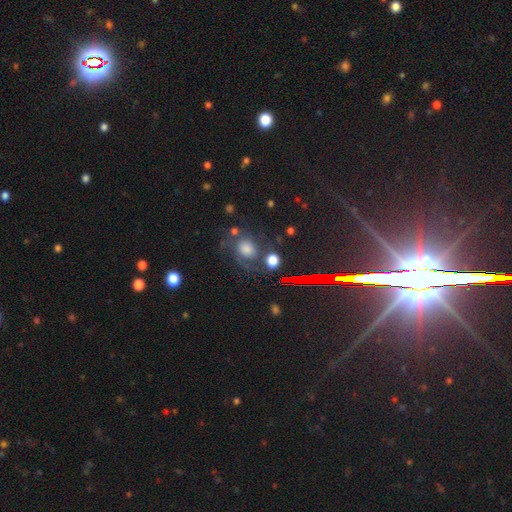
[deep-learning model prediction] This is marginally a star or artifact rather than a galaxy (44%).